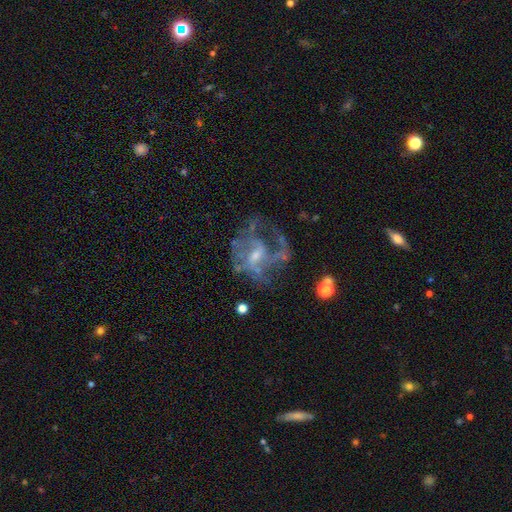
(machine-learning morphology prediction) Smooth or featured? featured or disk (76%)
Edge-on disk? no (97%)
Bar? no (48%)
Spiral arms? yes (64%)
Bulge size? small (48%)
Merging? none (41%)